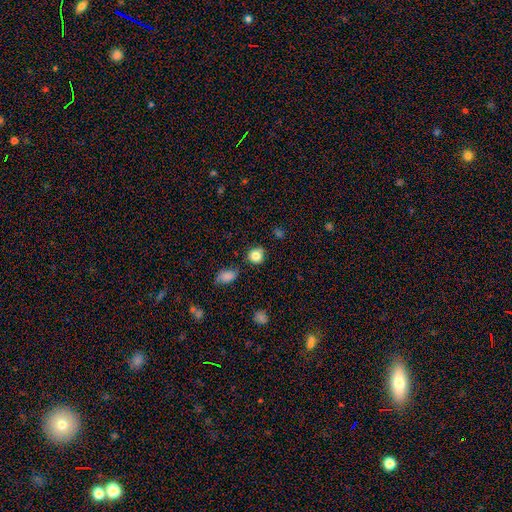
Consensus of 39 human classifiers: This appears to be a smooth galaxy with no disk features (77%) that is round (93%). Merging: none (78%).